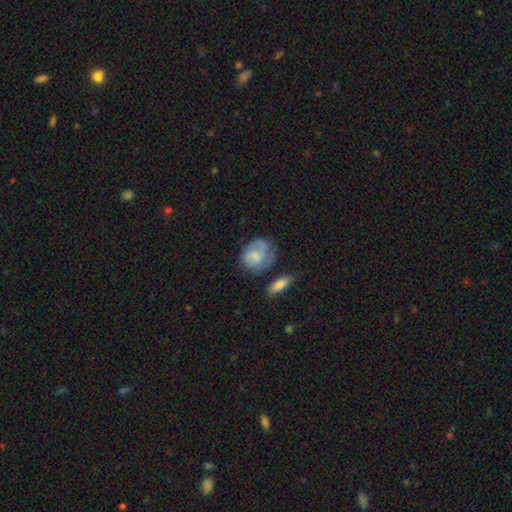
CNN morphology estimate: The model was most divided on "how rounded": round: 58%, in between: 41%, cigar-shaped: 1%. More confident: smooth or featured — smooth (58%); merging — none (52%).